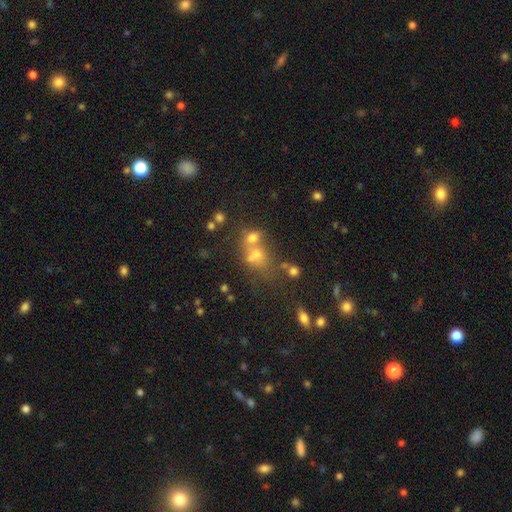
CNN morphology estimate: A smooth galaxy with no disk features (56%) that is round (56%). Merging: merger (49%).